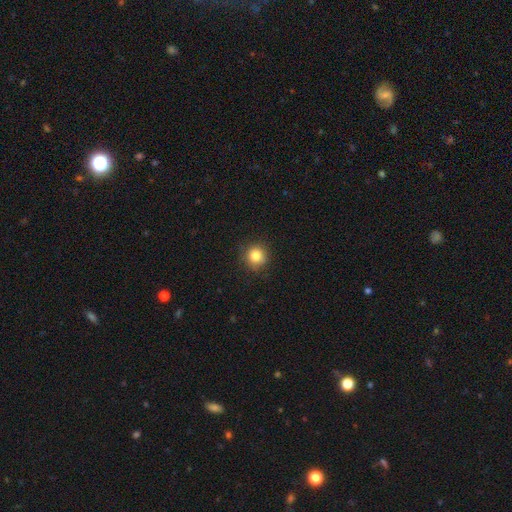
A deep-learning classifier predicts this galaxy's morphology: The model was most divided on "smooth or featured": smooth: 83%, star or artifact: 11%, featured or disk: 6%. More confident: how rounded — round (93%); merging — none (86%).